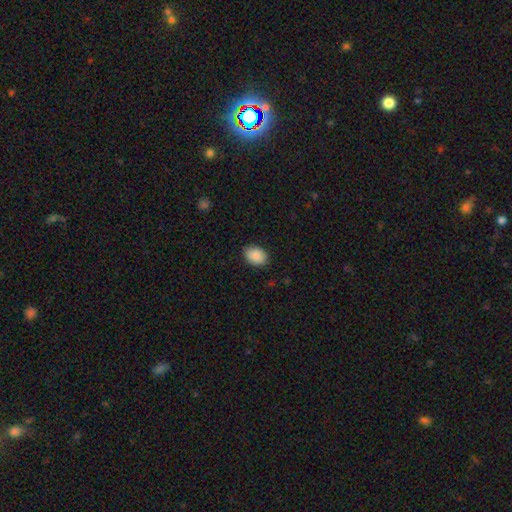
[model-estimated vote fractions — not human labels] This appears to be a smooth galaxy with no disk features (90%) that is in between round and cigar-shaped (81%). Merging: none (86%).